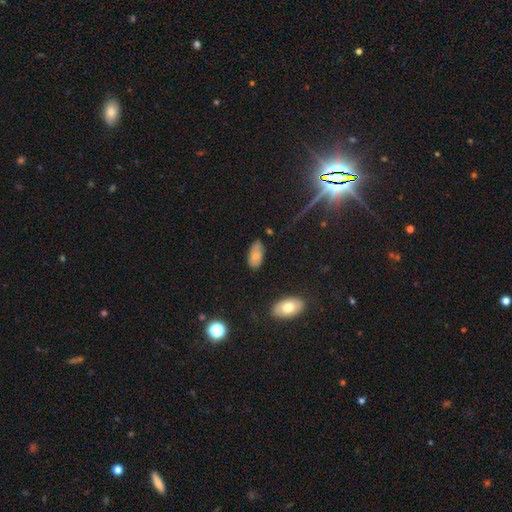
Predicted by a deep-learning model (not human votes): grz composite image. It shows a smooth galaxy with no disk features (77%) that is in between round and cigar-shaped (93%). Merging: none (67%).